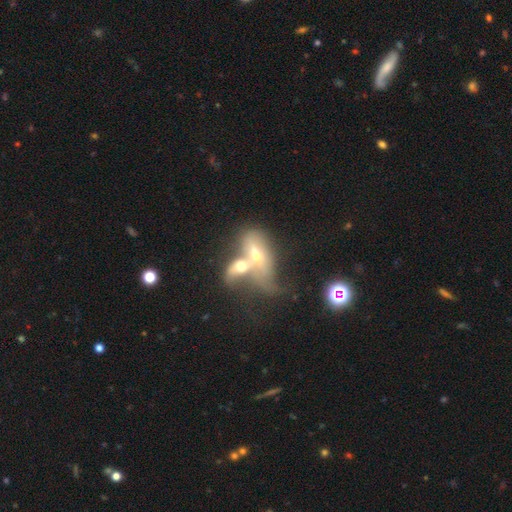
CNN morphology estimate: Smooth or featured? Predicted: featured or disk (p=0.49). Merging? Predicted: merger (p=0.74).